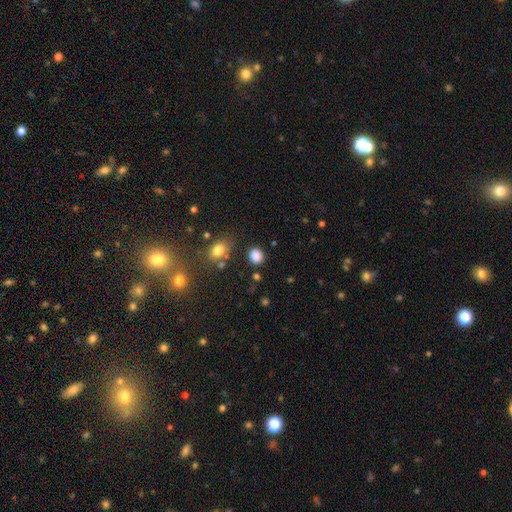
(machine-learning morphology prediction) Smooth or featured?
  - smooth: 85% *
  - star or artifact: 12%
  - featured or disk: 4%
How rounded?
  - round: 71% *
  - in between: 28%
  - cigar-shaped: 1%
Merging?
  - none: 82% *
  - minor disturbance: 11%
  - major disturbance: 4%
  - merger: 3%